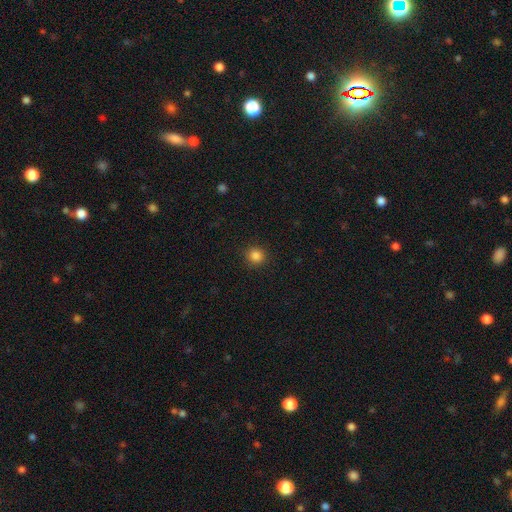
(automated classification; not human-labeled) smooth 85%, star or artifact 12%, featured or disk 4%. Down the decision tree: how rounded — round (93%); merging — none (91%).